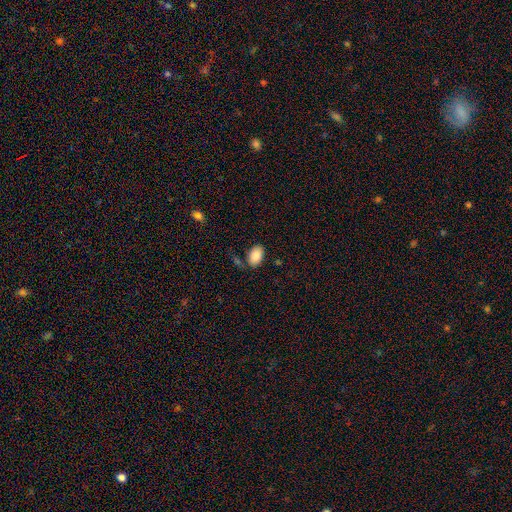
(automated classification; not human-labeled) Smooth or featured? Predicted: smooth (p=0.87). How rounded? Predicted: in between (p=0.92). Merging? Predicted: none (p=0.77).